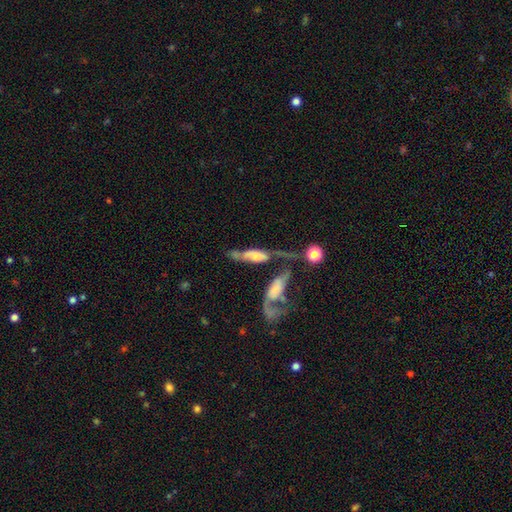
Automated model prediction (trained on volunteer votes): Smooth or featured?
  - featured or disk: 66% *
  - smooth: 25%
  - star or artifact: 9%
Edge-on disk?
  - no: 67% *
  - yes: 33%
Merging?
  - merger: 48% *
  - none: 21%
  - major disturbance: 18%
  - minor disturbance: 12%